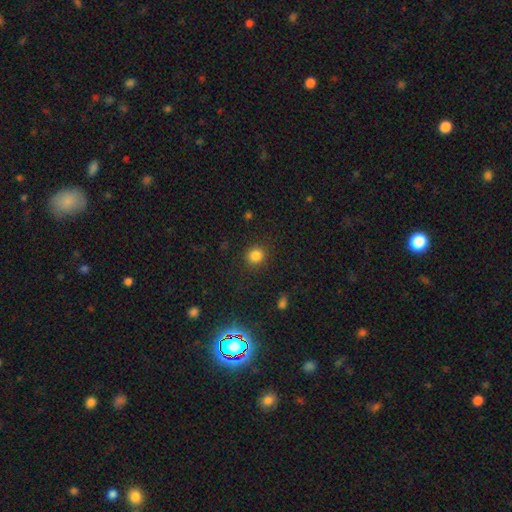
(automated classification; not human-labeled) smooth 83%, star or artifact 12%, featured or disk 4%. Down the decision tree: how rounded — round (86%); merging — none (88%).